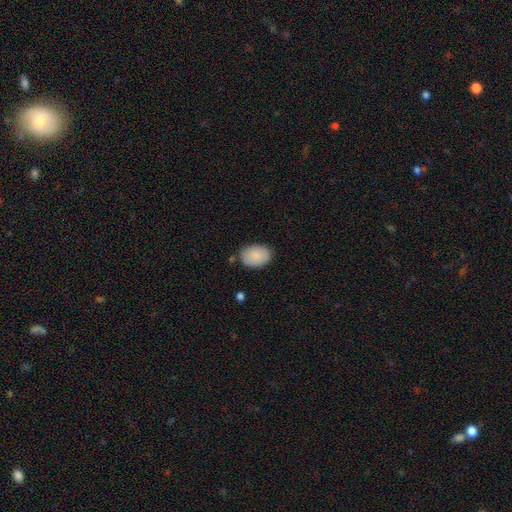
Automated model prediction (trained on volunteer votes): A smooth galaxy with no disk features (88%) that is in between round and cigar-shaped (78%).

Vote fractions:
- Smooth or featured? smooth: 88% / featured or disk: 6% / star or artifact: 6%
- How rounded? in between: 78% / round: 21% / cigar-shaped: 1%
- Merging? none: 81% / minor disturbance: 14% / major disturbance: 3% / merger: 3%